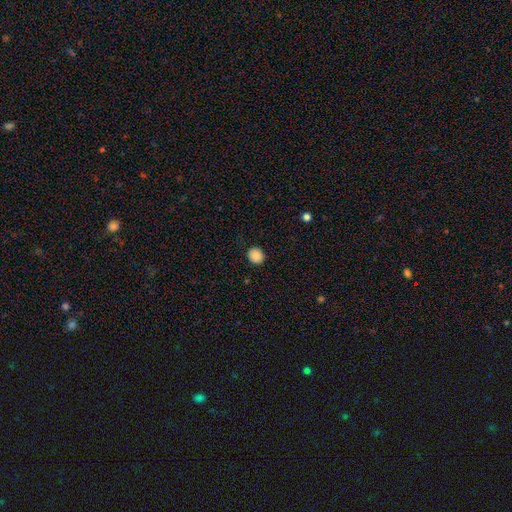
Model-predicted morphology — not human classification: smooth 88%, star or artifact 9%, featured or disk 3%. Down the decision tree: how rounded — round (81%); merging — none (90%).